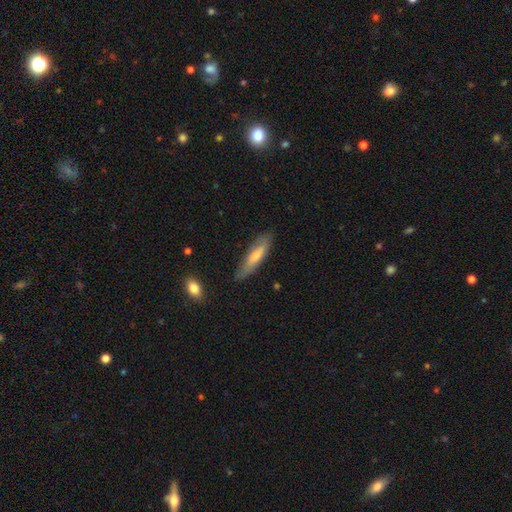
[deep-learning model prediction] smooth_or_featured: smooth (p=0.57) [alt: featured or disk p=0.37]
how_rounded: cigar-shaped (p=0.77) [alt: in between p=0.21]
merging: none (p=0.76) [alt: minor disturbance p=0.19]